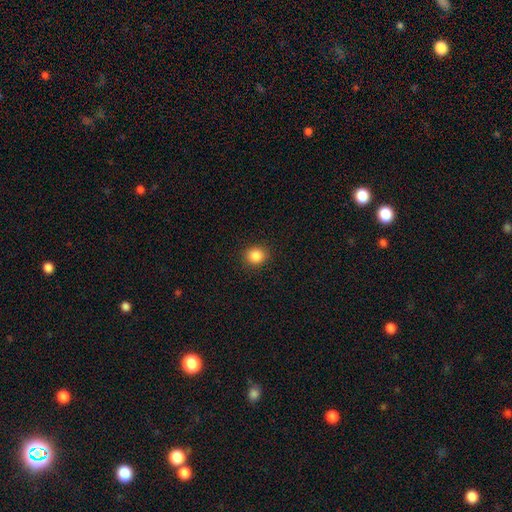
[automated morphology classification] smooth_or_featured: smooth (p=0.86) [alt: star or artifact p=0.10]
how_rounded: round (p=0.82) [alt: in between p=0.17]
merging: none (p=0.90) [alt: minor disturbance p=0.07]